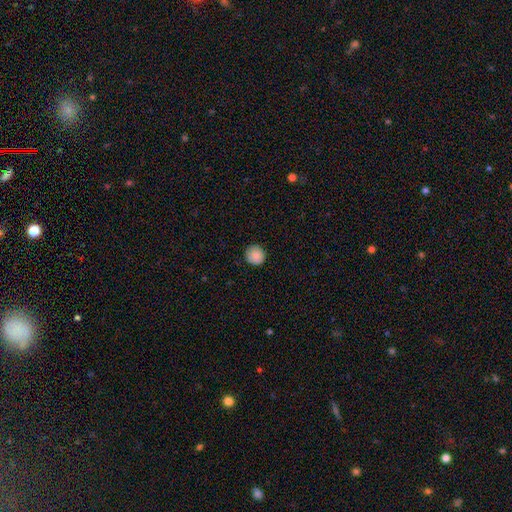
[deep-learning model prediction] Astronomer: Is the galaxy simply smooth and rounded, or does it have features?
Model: smooth — 86%.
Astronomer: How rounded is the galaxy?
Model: round — 93%.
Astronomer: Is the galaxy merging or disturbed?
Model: none — 88%.